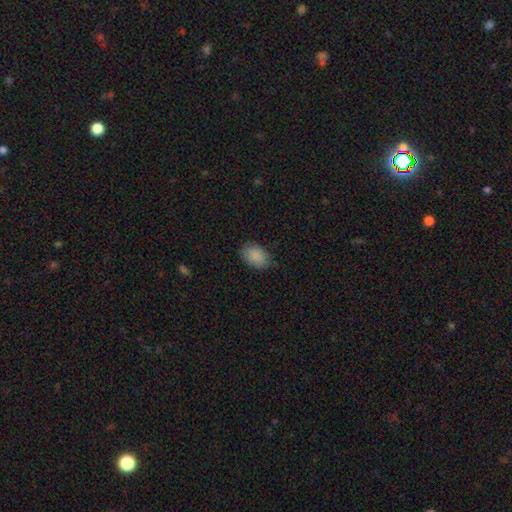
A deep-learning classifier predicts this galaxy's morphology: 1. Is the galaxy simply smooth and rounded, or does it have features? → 88% smooth, 7% star or artifact, 5% featured or disk.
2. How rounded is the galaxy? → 82% in between, 17% round, 1% cigar-shaped.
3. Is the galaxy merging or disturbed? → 78% none, 17% minor disturbance, 4% major disturbance, 1% merger.